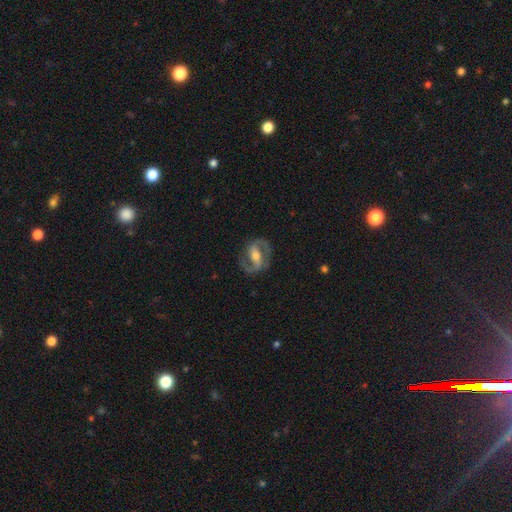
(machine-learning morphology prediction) Smooth or featured? Predicted: featured or disk (p=0.87). Edge-on disk? Predicted: no (p=0.97). Bar? Predicted: strong (p=0.49). Spiral arms? Predicted: yes (p=0.94). Spiral winding? Predicted: medium (p=0.57). Spiral arm count? Predicted: 2 (p=0.92). Bulge size? Predicted: moderate (p=0.63). Merging? Predicted: none (p=0.81).